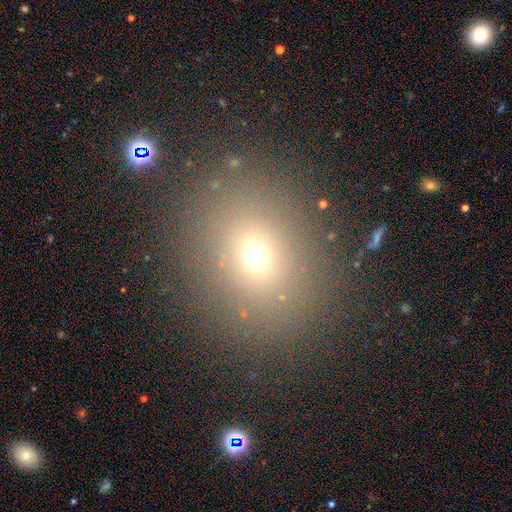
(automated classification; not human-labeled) Smooth or featured? Predicted: smooth (p=0.66). How rounded? Predicted: round (p=0.62). Merging? Predicted: none (p=0.85).